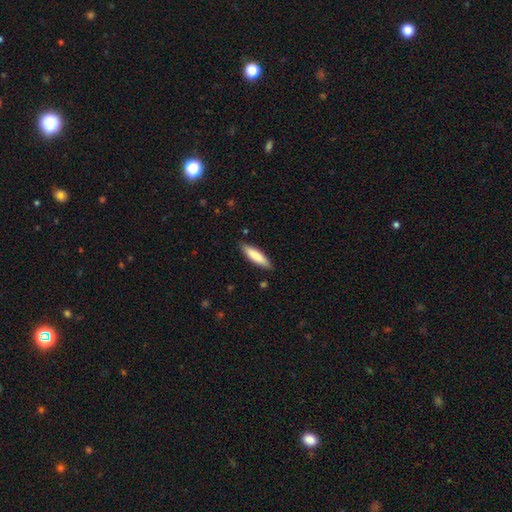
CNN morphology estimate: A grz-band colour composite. It shows a smooth galaxy with no disk features (81%) that is cigar-shaped (71%). Merging: none (87%).